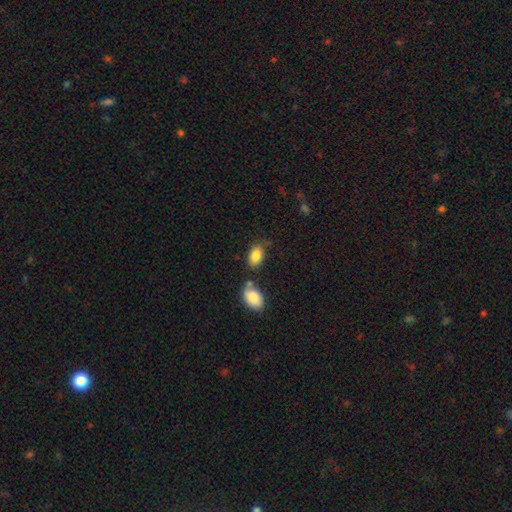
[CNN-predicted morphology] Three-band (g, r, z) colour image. It shows a smooth galaxy with no disk features (87%) that is in between round and cigar-shaped (91%). Merging: none (62%).